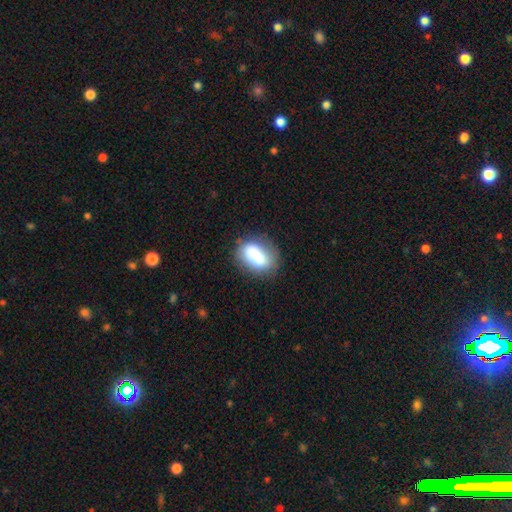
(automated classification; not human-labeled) Smooth or featured: smooth — 76% (featured or disk — 15%)
How rounded: in between — 81% (round — 15%)
Merging: none — 70% (minor disturbance — 20%)